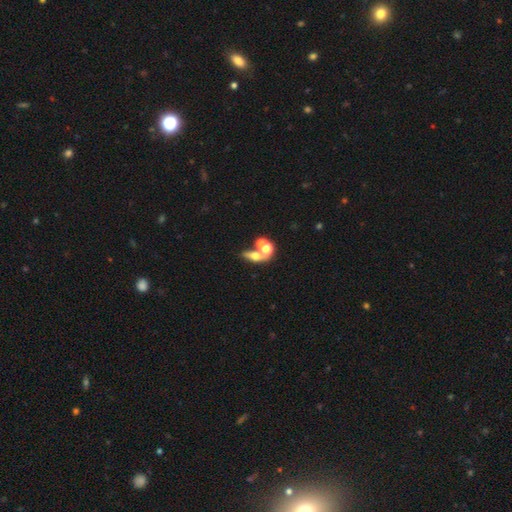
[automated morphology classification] smooth-or-featured: smooth: 51% | featured or disk: 32% | star or artifact: 17%
  how-rounded: in between: 55% | round: 31% | cigar-shaped: 14%
  merging: merger: 47% | none: 36% | minor disturbance: 9% | major disturbance: 7%